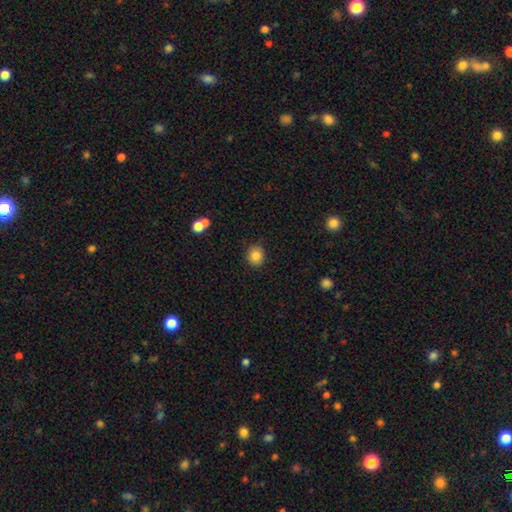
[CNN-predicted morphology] Smooth or featured? smooth (85%)
How rounded? round (78%)
Merging? none (88%)